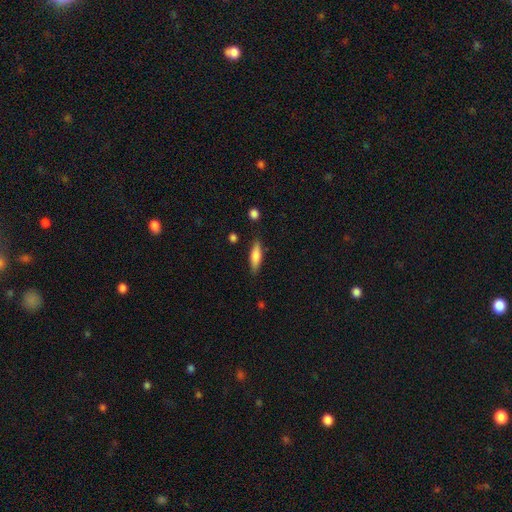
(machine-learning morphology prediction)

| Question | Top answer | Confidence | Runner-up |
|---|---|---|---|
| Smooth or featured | smooth | 70% | featured or disk (23%) |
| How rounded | cigar-shaped | 58% | in between (40%) |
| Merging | none | 84% | minor disturbance (11%) |